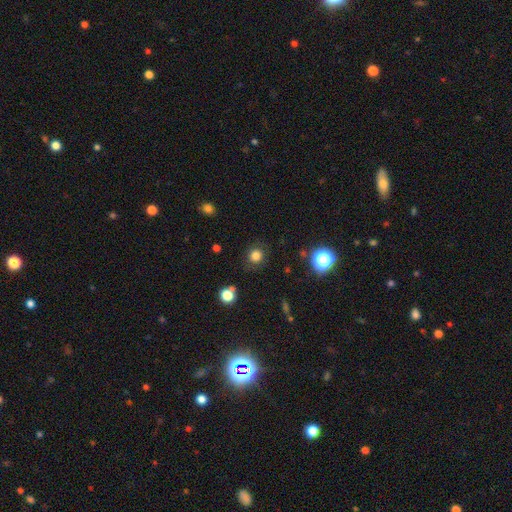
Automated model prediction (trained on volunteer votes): Smooth or featured? Predicted: smooth (p=0.80). How rounded? Predicted: round (p=0.88). Merging? Predicted: none (p=0.85).